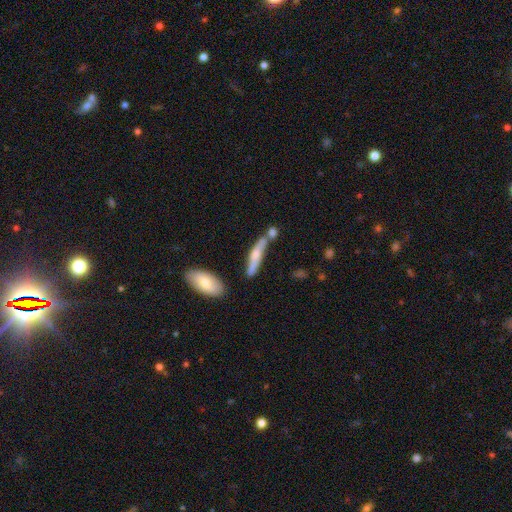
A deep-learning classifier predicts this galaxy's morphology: Q: Smooth or featured?
A: smooth (50%); runner-up: featured or disk (43%)
Q: How rounded?
A: cigar-shaped (82%); runner-up: in between (16%)
Q: Merging?
A: none (56%); runner-up: merger (20%)